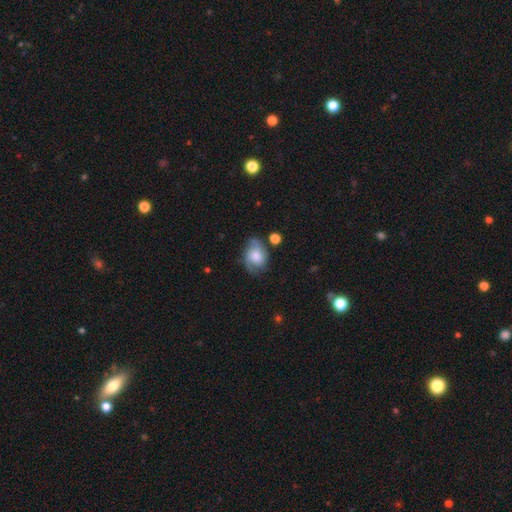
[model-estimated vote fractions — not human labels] Smooth or featured: featured or disk — 57% (smooth — 35%)
Edge-on disk: no — 97% (yes — 3%)
Bar: no — 70% (weak — 26%)
Spiral arms: yes — 89% (no — 11%)
Bulge size: moderate — 45% (small — 26%)
Merging: none — 60% (minor disturbance — 25%)